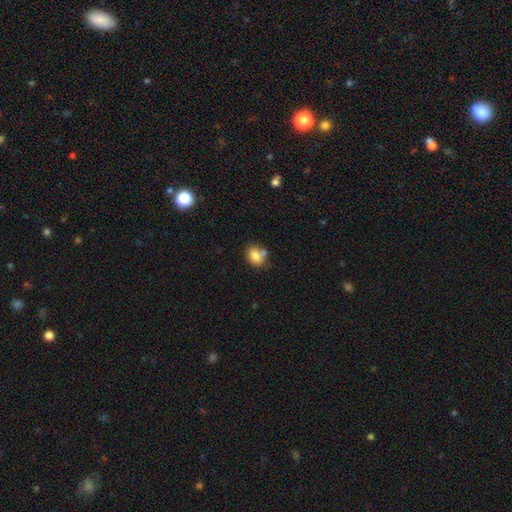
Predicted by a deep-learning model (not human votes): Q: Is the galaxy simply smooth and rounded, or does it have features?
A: smooth — 79%.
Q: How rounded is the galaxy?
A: in between — 66%.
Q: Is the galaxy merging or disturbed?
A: none — 55%.